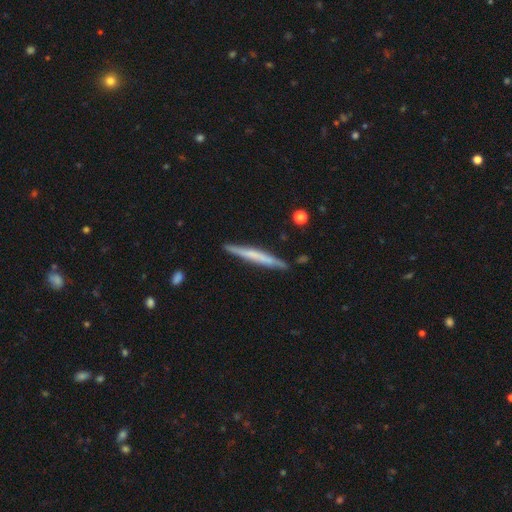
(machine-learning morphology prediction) Overall: smooth (49%; featured or disk 45%). Merging: none (87%).